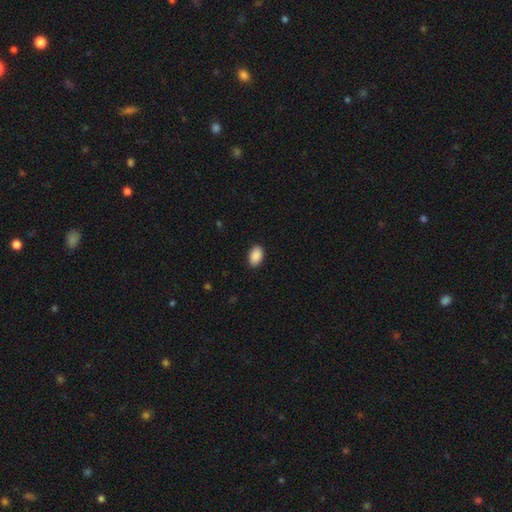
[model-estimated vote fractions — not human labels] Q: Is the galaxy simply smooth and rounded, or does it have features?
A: smooth — 91%.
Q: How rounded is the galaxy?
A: in between — 91%.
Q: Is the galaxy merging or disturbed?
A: none — 89%.